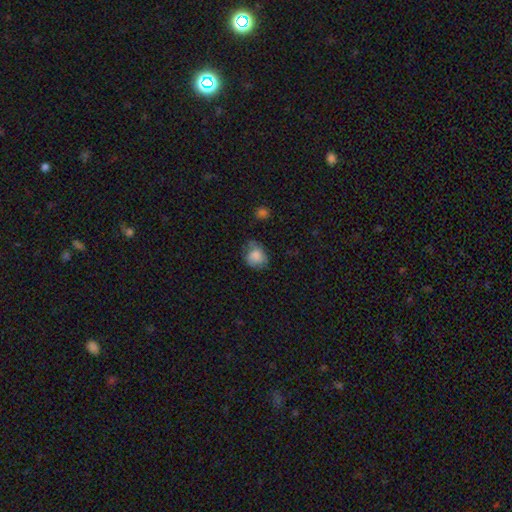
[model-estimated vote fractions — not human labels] Morphology: type=smooth (78%); roundness=round (57%); merging=none (51%).